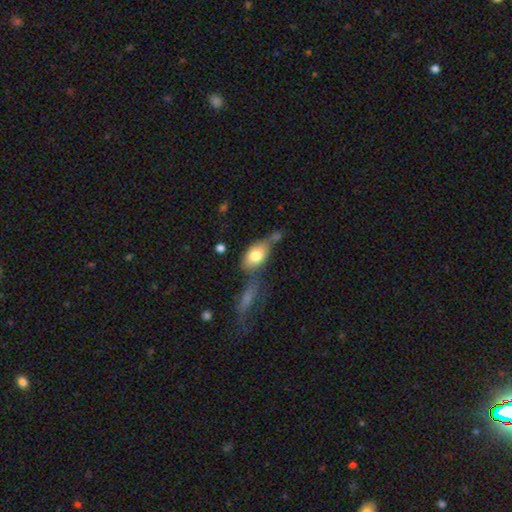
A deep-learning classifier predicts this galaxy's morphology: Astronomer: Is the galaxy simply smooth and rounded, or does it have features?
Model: smooth — 74%.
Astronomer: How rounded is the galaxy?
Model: in between — 85%.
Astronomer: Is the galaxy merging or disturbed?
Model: none — 33% (runner-up: merger, 31%).